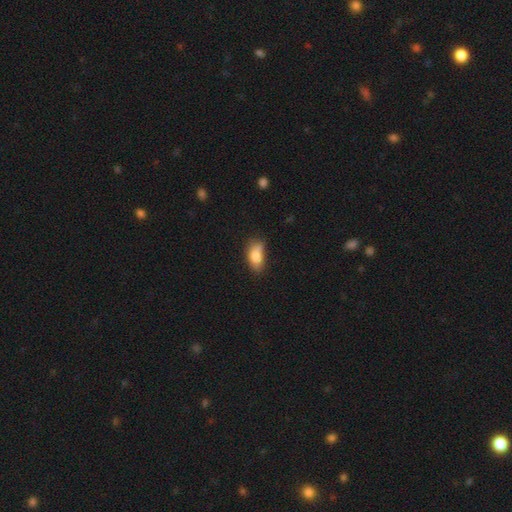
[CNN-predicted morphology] Smooth or featured? smooth (80%)
How rounded? in between (88%)
Merging? none (47%)